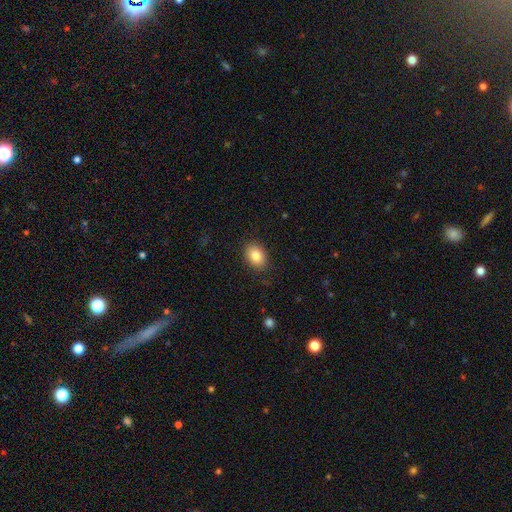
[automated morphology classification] Q: Smooth or featured?
A: smooth (85%); runner-up: star or artifact (8%)
Q: How rounded?
A: in between (75%); runner-up: round (24%)
Q: Merging?
A: none (87%); runner-up: minor disturbance (10%)